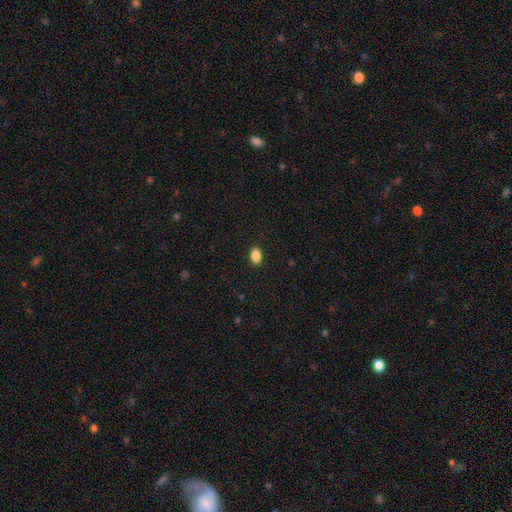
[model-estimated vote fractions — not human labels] Morphology: type=smooth (88%); roundness=in between (87%); merging=none (89%).